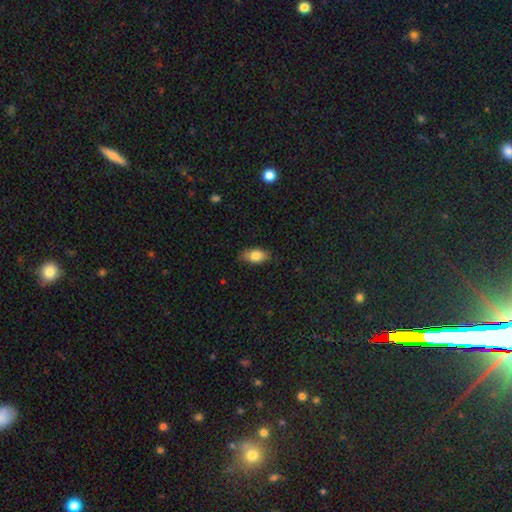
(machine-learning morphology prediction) Overall: smooth (81%). How rounded: in between (88%). Merging: none (82%).